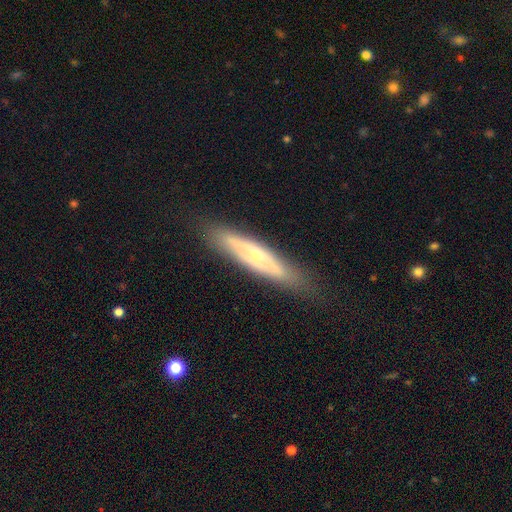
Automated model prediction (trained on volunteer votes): Q: Smooth or featured?
A: featured or disk (55%); runner-up: smooth (39%)
Q: Edge-on disk?
A: yes (68%); runner-up: no (32%)
Q: Merging?
A: none (81%); runner-up: minor disturbance (14%)